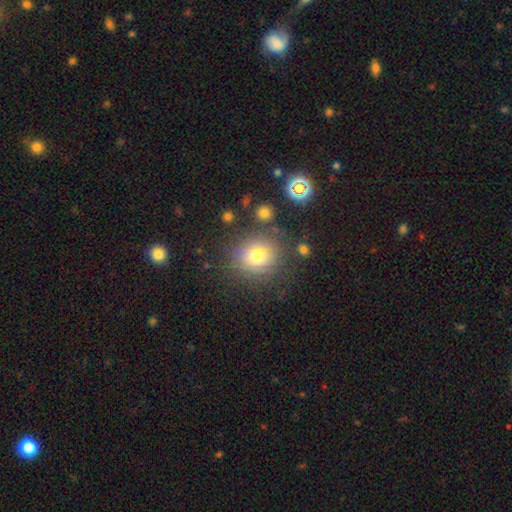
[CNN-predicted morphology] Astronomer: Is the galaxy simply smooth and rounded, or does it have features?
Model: smooth — 71%.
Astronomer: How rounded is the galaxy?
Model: round — 86%.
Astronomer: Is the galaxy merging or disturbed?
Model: none — 83%.